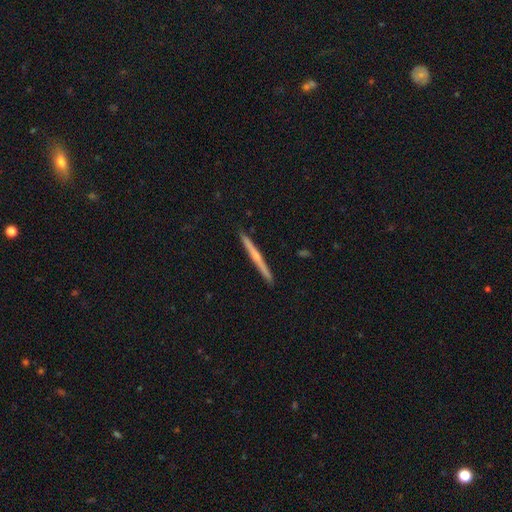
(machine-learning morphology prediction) featured or disk 63%, smooth 31%, star or artifact 6%. Down the decision tree: edge-on disk — yes (98%); edge-on bulge — rounded (51%); merging — none (92%).